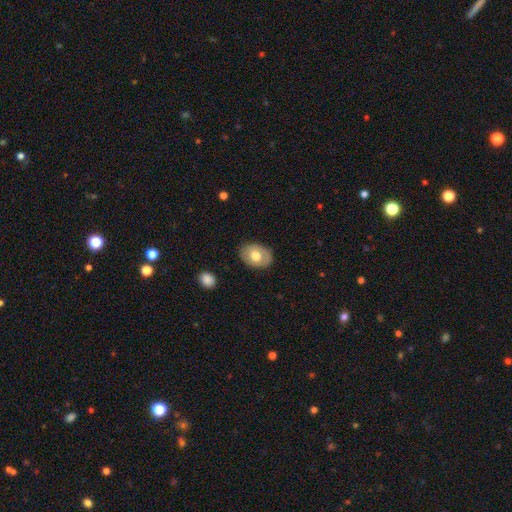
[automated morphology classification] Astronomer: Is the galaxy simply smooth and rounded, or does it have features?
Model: smooth — 64%.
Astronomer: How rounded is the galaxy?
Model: in between — 78%.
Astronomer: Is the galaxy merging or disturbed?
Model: none — 85%.